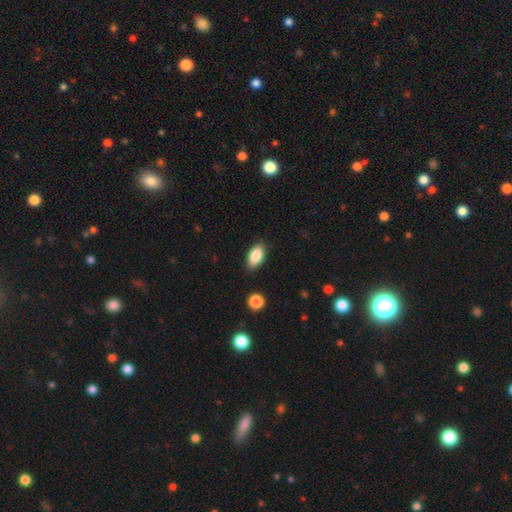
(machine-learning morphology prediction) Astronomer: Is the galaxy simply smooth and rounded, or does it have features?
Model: smooth — 86%.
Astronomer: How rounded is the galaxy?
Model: in between — 91%.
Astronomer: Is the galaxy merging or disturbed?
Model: none — 85%.